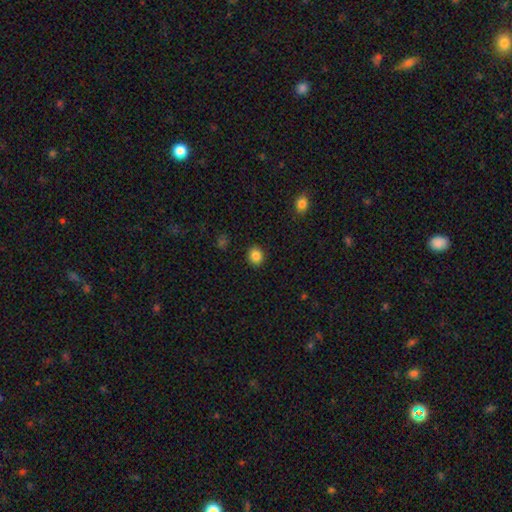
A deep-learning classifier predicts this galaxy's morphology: Q: Smooth or featured?
A: smooth (85%); runner-up: star or artifact (11%)
Q: How rounded?
A: round (75%); runner-up: in between (24%)
Q: Merging?
A: none (90%); runner-up: minor disturbance (7%)